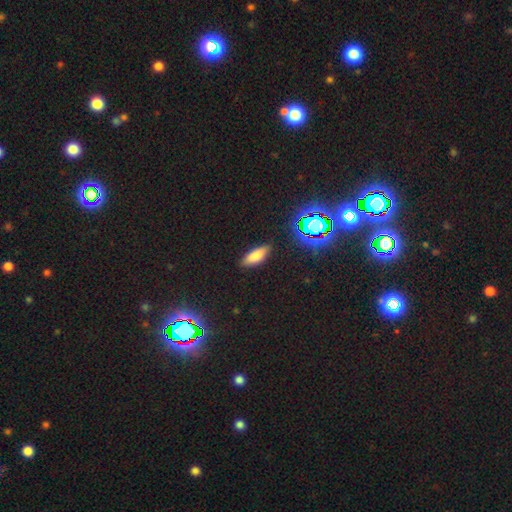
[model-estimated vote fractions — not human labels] The model was most divided on "how rounded": in between: 70%, cigar-shaped: 27%, round: 3%. More confident: merging — none (86%); smooth or featured — smooth (74%).